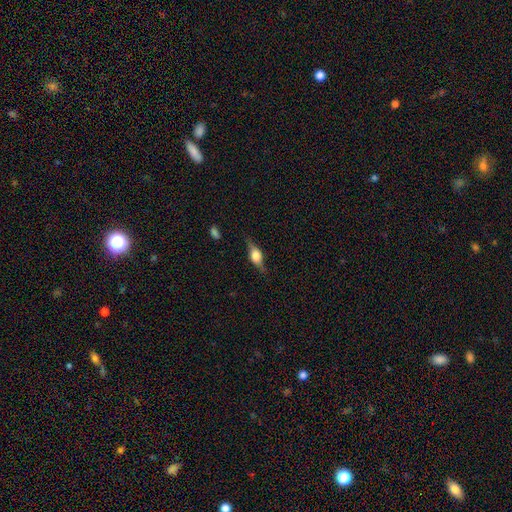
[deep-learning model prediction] A featured or disk galaxy (60%) viewed edge-on (93%) with a rounded central bulge (91%).

Vote fractions:
- Smooth or featured? featured or disk: 60% / smooth: 32% / star or artifact: 8%
- Edge-on disk? yes: 93% / no: 7%
- Edge-on bulge? rounded: 91% / boxy: 8% / none: 1%
- Merging? none: 79% / minor disturbance: 15% / major disturbance: 5% / merger: 1%